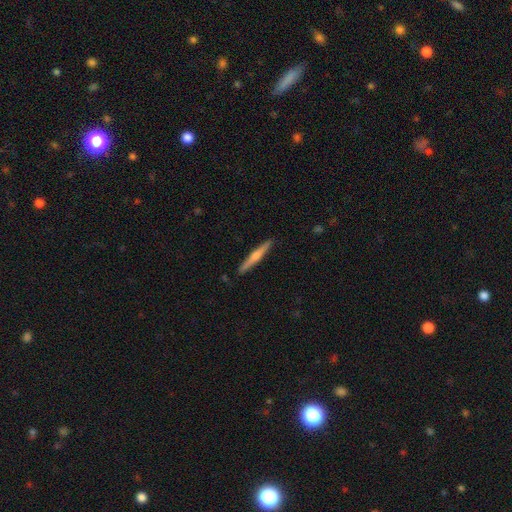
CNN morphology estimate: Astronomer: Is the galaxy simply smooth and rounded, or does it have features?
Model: featured or disk — 63%.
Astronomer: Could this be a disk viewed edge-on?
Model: yes — 98%.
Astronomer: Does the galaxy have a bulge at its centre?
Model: rounded — 79%.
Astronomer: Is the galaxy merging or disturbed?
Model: none — 91%.